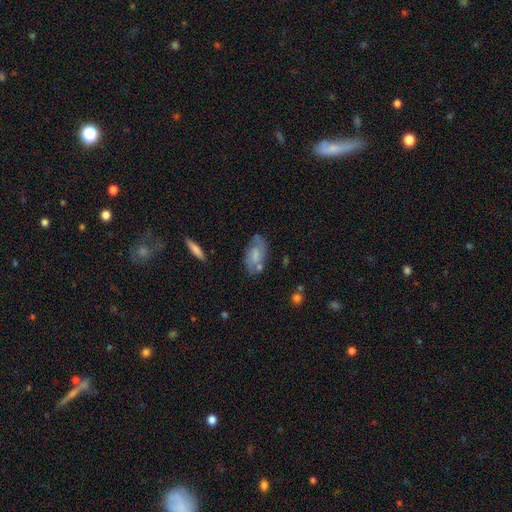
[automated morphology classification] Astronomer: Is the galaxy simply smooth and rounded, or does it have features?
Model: featured or disk — 51% (runner-up: smooth, 42%).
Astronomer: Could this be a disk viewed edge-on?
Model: no — 92%.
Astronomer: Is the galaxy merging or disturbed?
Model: none — 64%.